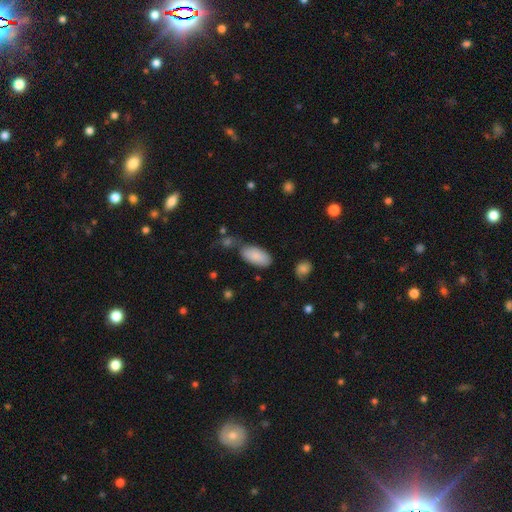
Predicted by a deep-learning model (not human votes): Q: Smooth or featured?
A: smooth (86%); runner-up: featured or disk (8%)
Q: How rounded?
A: in between (93%); runner-up: cigar-shaped (5%)
Q: Merging?
A: none (62%); runner-up: minor disturbance (22%)